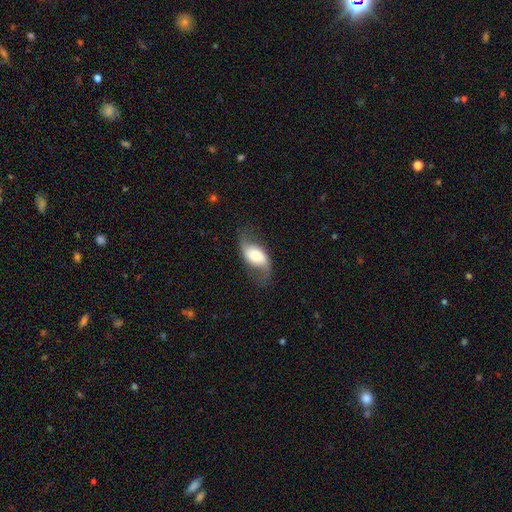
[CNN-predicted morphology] Q: Smooth or featured?
A: featured or disk (65%); runner-up: smooth (28%)
Q: Edge-on disk?
A: no (93%); runner-up: yes (7%)
Q: Bar?
A: no (52%); runner-up: weak (30%)
Q: Spiral arms?
A: yes (89%); runner-up: no (11%)
Q: Spiral winding?
A: loose (77%); runner-up: medium (18%)
Q: Spiral arm count?
A: 2 (90%); runner-up: 1 (4%)
Q: Bulge size?
A: moderate (50%); runner-up: small (23%)
Q: Merging?
A: none (67%); runner-up: minor disturbance (20%)